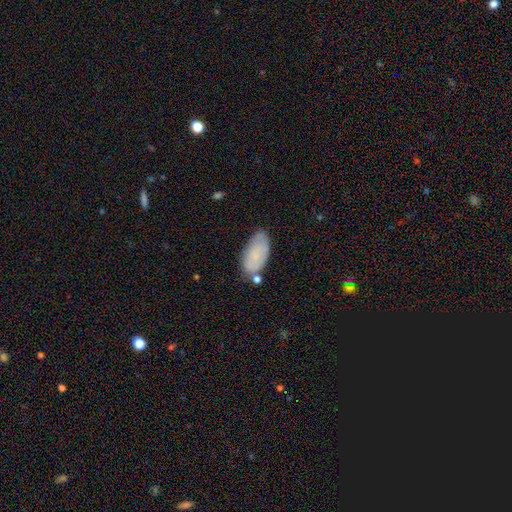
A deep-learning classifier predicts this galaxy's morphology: A smooth galaxy with no disk features (77%) that is in between round and cigar-shaped (93%). Merging: none (64%).